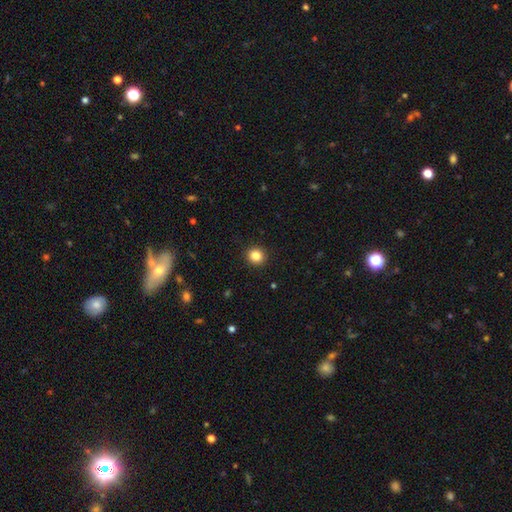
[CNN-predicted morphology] This appears to be a smooth galaxy with no disk features (84%) that is round (91%). Merging: none (93%).